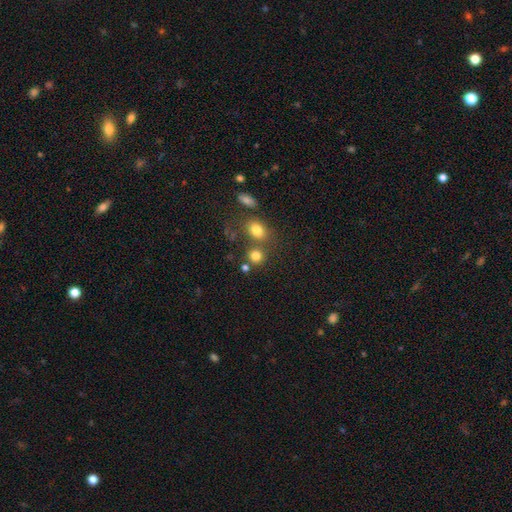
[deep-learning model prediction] This is likely a smooth galaxy (79%). How rounded: likely round (78%). Merging: likely none (61%).